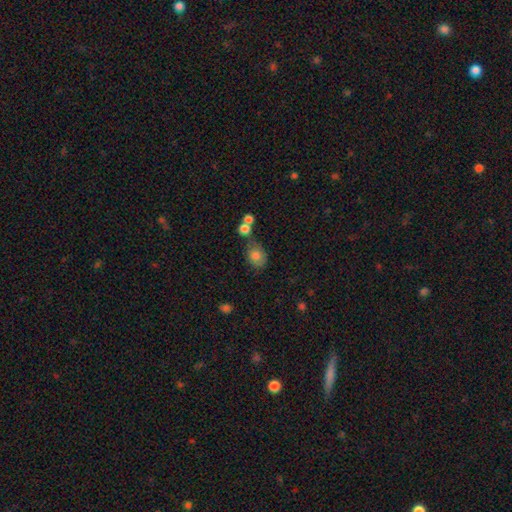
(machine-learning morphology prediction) Smooth or featured? Predicted: smooth (p=0.78). How rounded? Predicted: in between (p=0.59). Merging? Predicted: none (p=0.50).